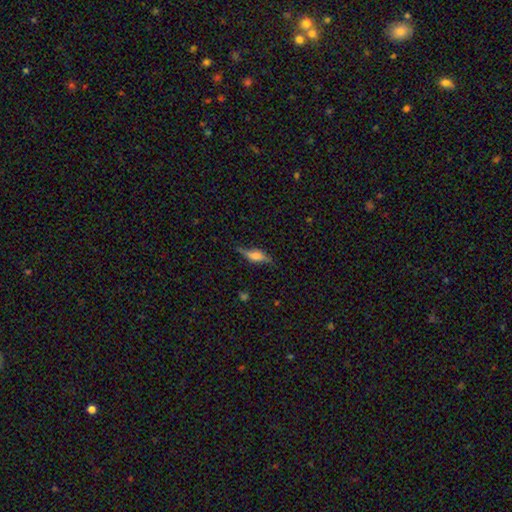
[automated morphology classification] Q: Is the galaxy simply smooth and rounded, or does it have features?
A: featured or disk — 62%.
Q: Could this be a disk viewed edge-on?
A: yes — 88%.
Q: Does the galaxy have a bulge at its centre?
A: rounded — 83%.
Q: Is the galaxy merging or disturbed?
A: none — 75%.